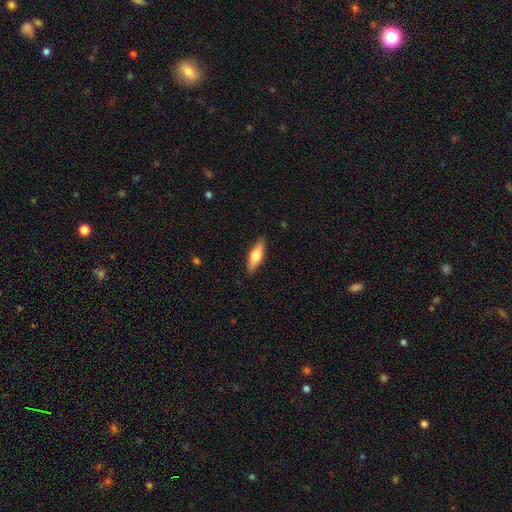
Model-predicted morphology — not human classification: smooth_or_featured: smooth (p=0.58) [alt: featured or disk p=0.36]
how_rounded: cigar-shaped (p=0.53) [alt: in between p=0.44]
merging: none (p=0.89) [alt: minor disturbance p=0.09]